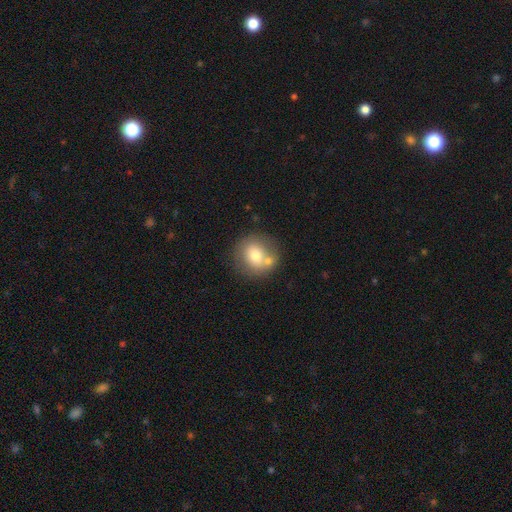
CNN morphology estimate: A smooth galaxy with no disk features (71%) that is round (84%).

Vote fractions:
- Smooth or featured? smooth: 71% / featured or disk: 20% / star or artifact: 9%
- How rounded? round: 84% / in between: 15% / cigar-shaped: 1%
- Merging? none: 59% / merger: 25% / minor disturbance: 12% / major disturbance: 4%